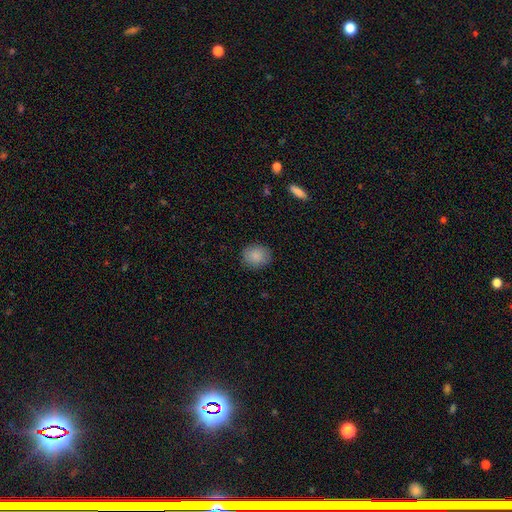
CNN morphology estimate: A smooth galaxy with no disk features (88%) that is round (69%).

Vote fractions:
- Smooth or featured? smooth: 88% / star or artifact: 8% / featured or disk: 4%
- How rounded? round: 69% / in between: 30% / cigar-shaped: 1%
- Merging? none: 86% / minor disturbance: 10% / major disturbance: 3% / merger: 1%